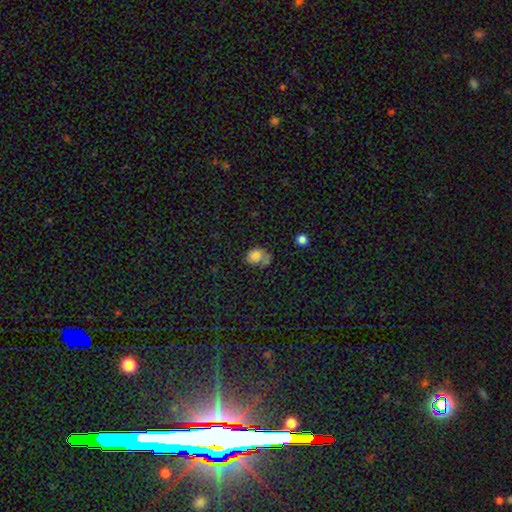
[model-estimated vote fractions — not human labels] Morphology: type=smooth (77%); roundness=in between (51%); merging=none (41%).